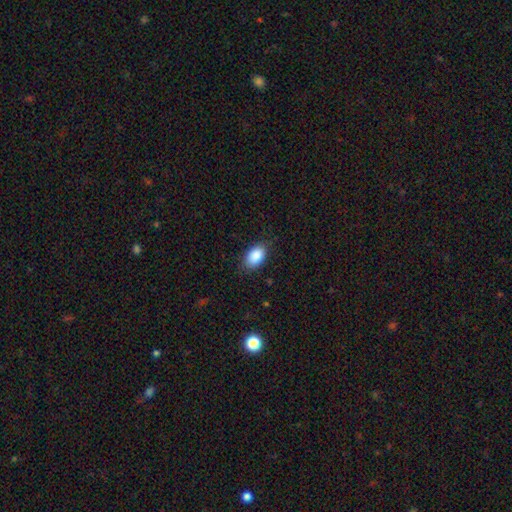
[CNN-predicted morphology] smooth 89%, star or artifact 7%, featured or disk 4%. Down the decision tree: how rounded — in between (92%); merging — none (80%).